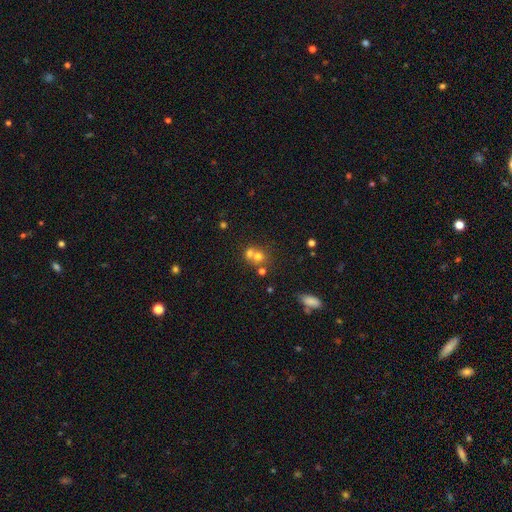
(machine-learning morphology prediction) The model was most divided on "merging": merger: 55%, none: 35%, minor disturbance: 6%, major disturbance: 3%. More confident: how rounded — round (78%); smooth or featured — smooth (64%).